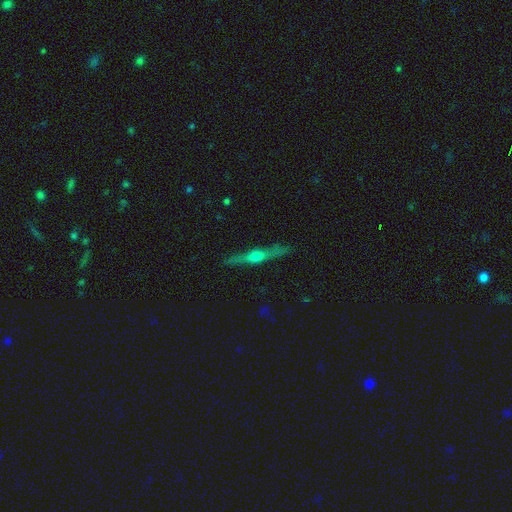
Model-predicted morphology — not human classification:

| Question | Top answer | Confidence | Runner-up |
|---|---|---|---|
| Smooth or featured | featured or disk | 74% | smooth (20%) |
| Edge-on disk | yes | 97% | no (3%) |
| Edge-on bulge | rounded | 92% | none (4%) |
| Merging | none | 89% | minor disturbance (8%) |